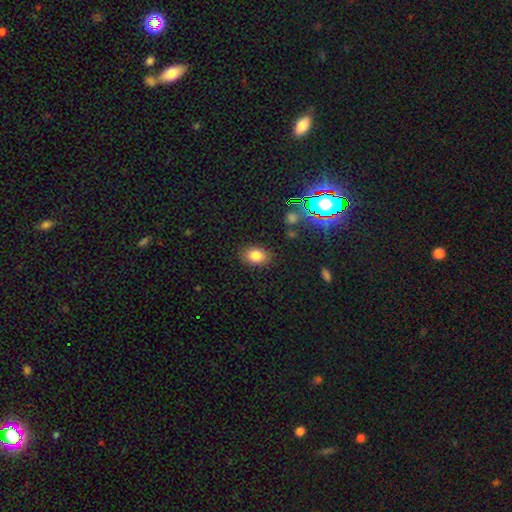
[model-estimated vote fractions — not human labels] This is clearly a smooth galaxy (82%). How rounded: likely in between (74%). Merging: clearly none (86%).